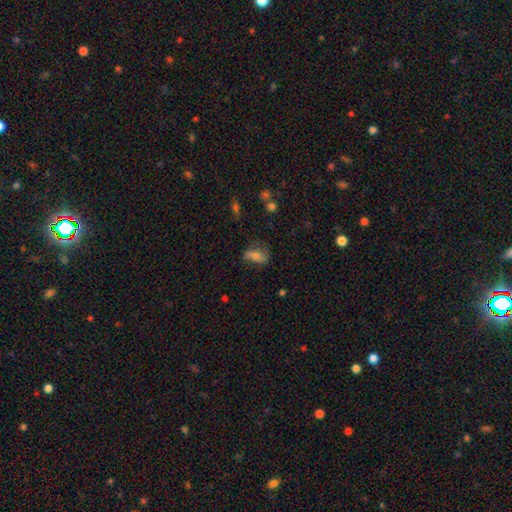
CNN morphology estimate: smooth 53%, featured or disk 35%, star or artifact 12%. Down the decision tree: how rounded — in between (79%); merging — none (60%).